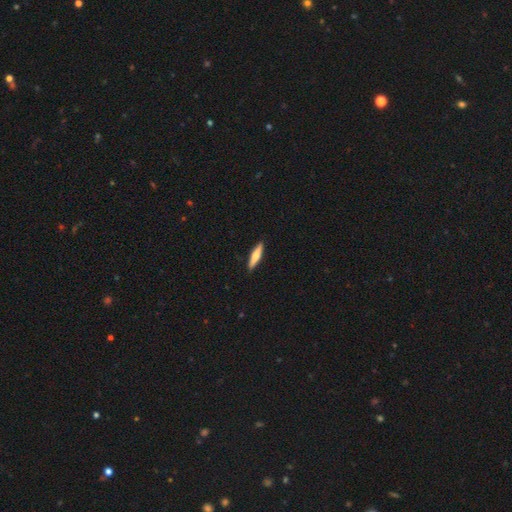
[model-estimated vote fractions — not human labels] Smooth or featured? smooth (61%)
How rounded? cigar-shaped (82%)
Merging? none (91%)